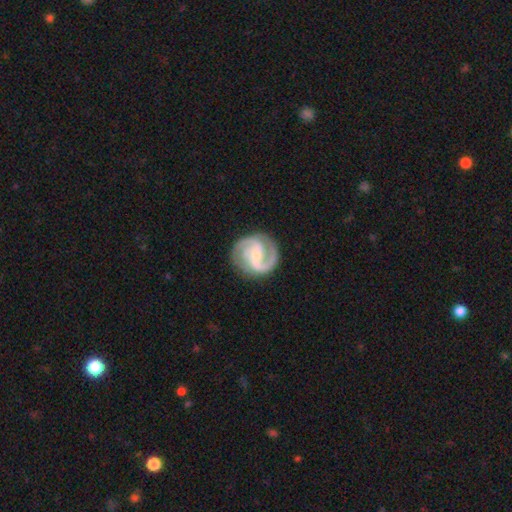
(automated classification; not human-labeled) Smooth or featured? Predicted: featured or disk (p=0.90). Edge-on disk? Predicted: no (p=0.98). Bar? Predicted: weak (p=0.47). Spiral arms? Predicted: yes (p=0.98). Spiral winding? Predicted: medium (p=0.54). Spiral arm count? Predicted: 2 (p=0.81). Bulge size? Predicted: small (p=0.57). Merging? Predicted: none (p=0.82).